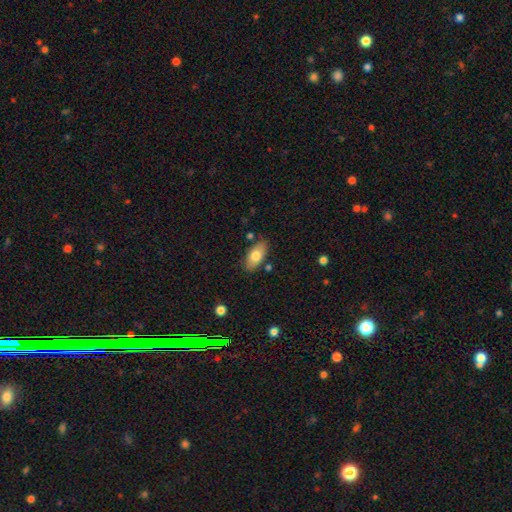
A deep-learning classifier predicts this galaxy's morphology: type=smooth (76%); roundness=in between (91%); merging=none (81%).